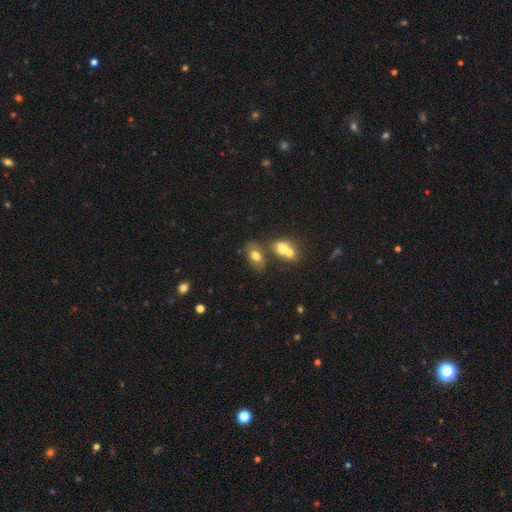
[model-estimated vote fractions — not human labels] Smooth or featured: smooth — 72% (featured or disk — 18%)
How rounded: in between — 86% (round — 12%)
Merging: none — 51% (merger — 30%)